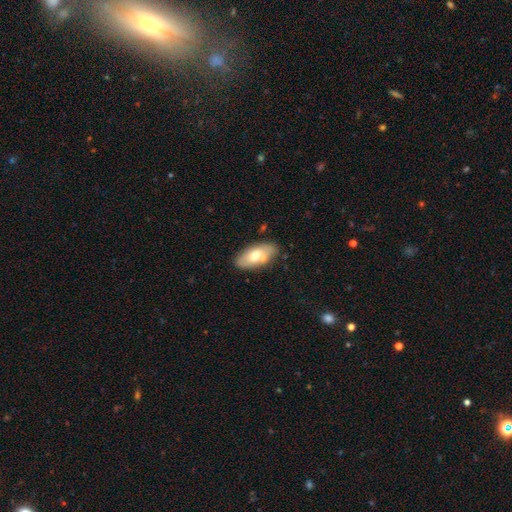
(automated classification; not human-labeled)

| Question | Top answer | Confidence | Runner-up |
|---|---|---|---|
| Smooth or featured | smooth | 67% | featured or disk (26%) |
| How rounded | in between | 91% | cigar-shaped (7%) |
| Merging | none | 76% | minor disturbance (15%) |